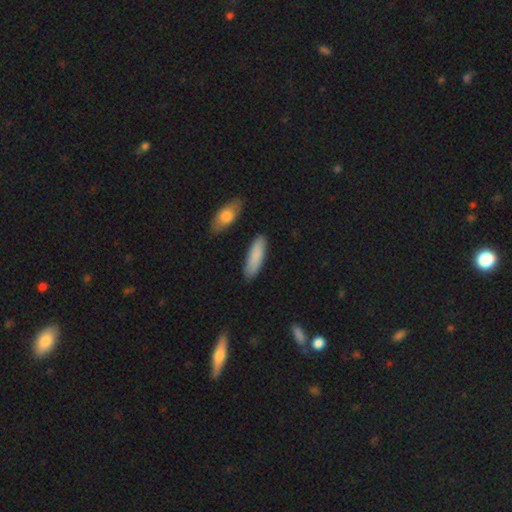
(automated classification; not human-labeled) Smooth or featured? Predicted: smooth (p=0.85). How rounded? Predicted: cigar-shaped (p=0.54). Merging? Predicted: none (p=0.86).